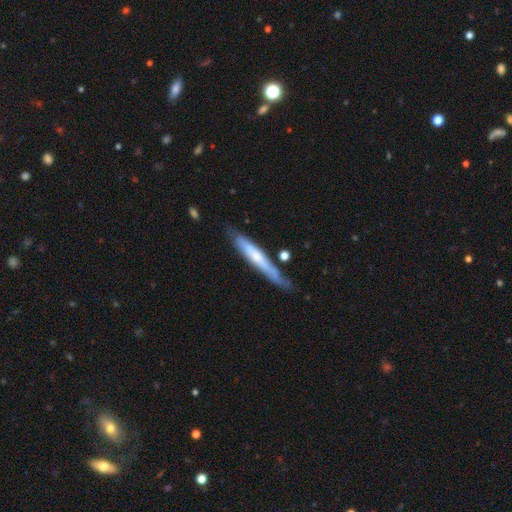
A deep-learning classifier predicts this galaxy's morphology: A featured or disk galaxy (50%).

Vote fractions:
- Smooth or featured? featured or disk: 50% / smooth: 45% / star or artifact: 5%
- Merging? none: 69% / minor disturbance: 22% / major disturbance: 5% / merger: 4%